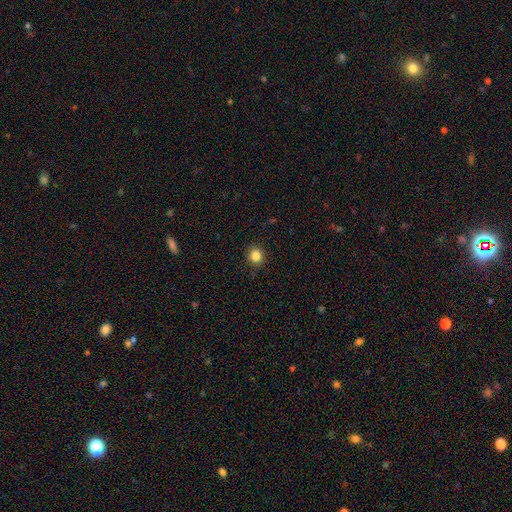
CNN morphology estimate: Q: Smooth or featured?
A: smooth (84%); runner-up: star or artifact (12%)
Q: How rounded?
A: round (84%); runner-up: in between (15%)
Q: Merging?
A: none (89%); runner-up: minor disturbance (8%)